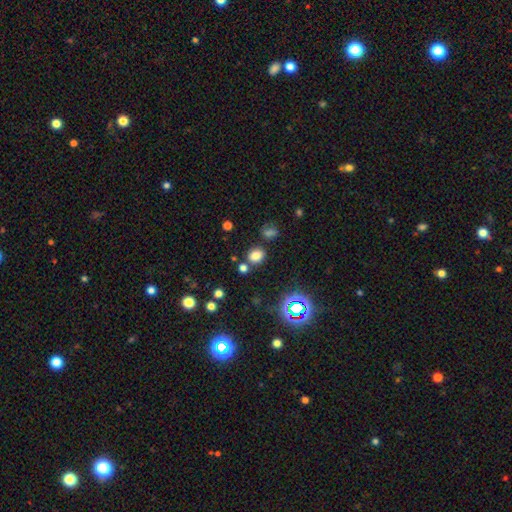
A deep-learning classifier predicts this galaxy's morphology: Smooth or featured? Predicted: smooth (p=0.74). How rounded? Predicted: round (p=0.63). Merging? Predicted: none (p=0.77).